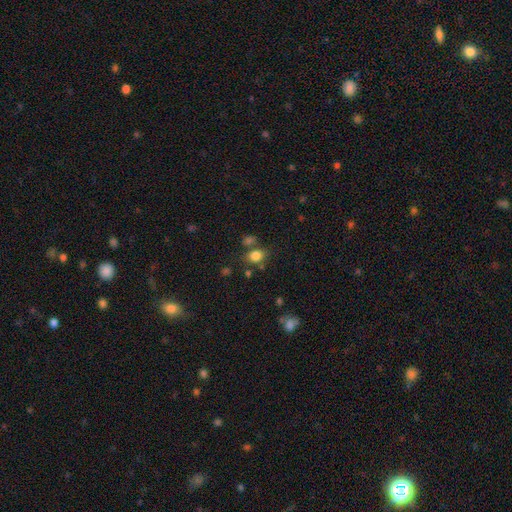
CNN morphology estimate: smooth 80%, star or artifact 13%, featured or disk 7%. Down the decision tree: how rounded — in between (55%); merging — none (64%).